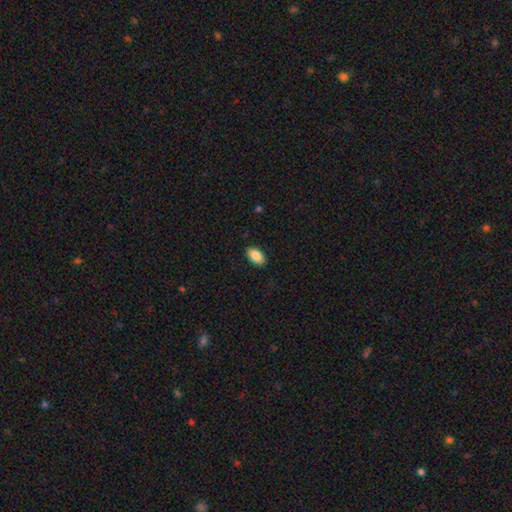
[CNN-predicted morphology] A smooth galaxy with no disk features (87%) that is in between round and cigar-shaped (94%).

Vote fractions:
- Smooth or featured? smooth: 87% / star or artifact: 7% / featured or disk: 6%
- How rounded? in between: 94% / round: 4% / cigar-shaped: 3%
- Merging? none: 89% / minor disturbance: 9% / major disturbance: 2% / merger: 1%